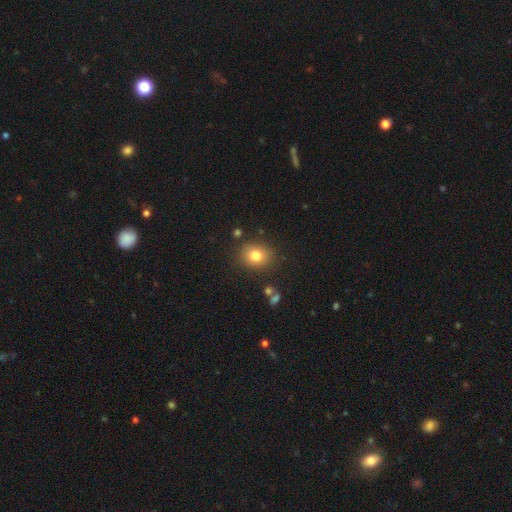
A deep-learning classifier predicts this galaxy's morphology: The model was most divided on "how rounded": round: 67%, in between: 32%, cigar-shaped: 1%. More confident: merging — none (84%); smooth or featured — smooth (79%).